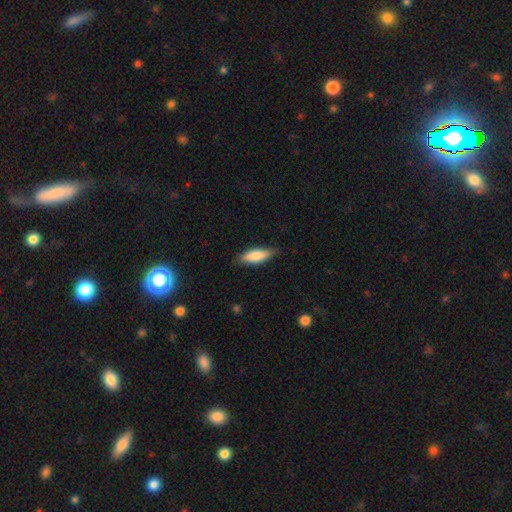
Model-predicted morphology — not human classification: Smooth or featured?
  - smooth: 77% *
  - featured or disk: 17%
  - star or artifact: 6%
How rounded?
  - in between: 59% *
  - cigar-shaped: 39%
  - round: 2%
Merging?
  - none: 81% *
  - minor disturbance: 15%
  - major disturbance: 2%
  - merger: 1%